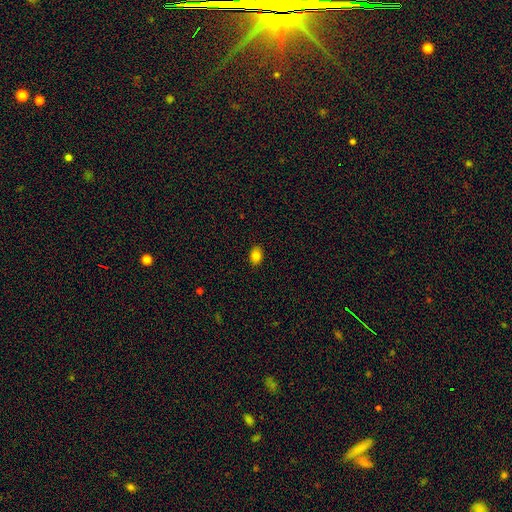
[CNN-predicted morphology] The model was most divided on "how rounded": in between: 76%, round: 23%, cigar-shaped: 1%. More confident: merging — none (89%); smooth or featured — smooth (83%).